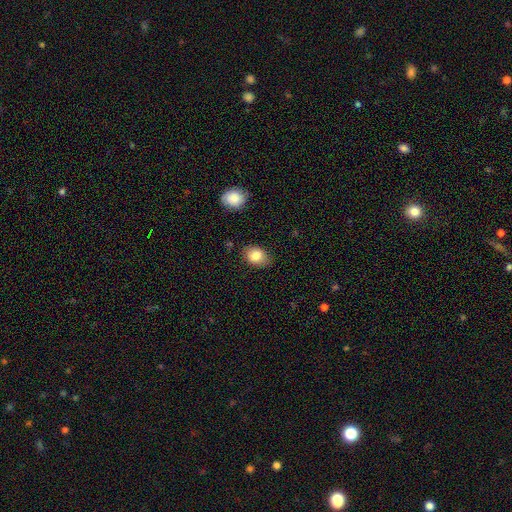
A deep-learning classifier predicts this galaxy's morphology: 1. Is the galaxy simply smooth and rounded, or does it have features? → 82% smooth, 10% featured or disk, 8% star or artifact.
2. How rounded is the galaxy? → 74% in between, 25% round, 1% cigar-shaped.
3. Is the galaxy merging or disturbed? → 81% none, 14% minor disturbance, 3% major disturbance, 2% merger.